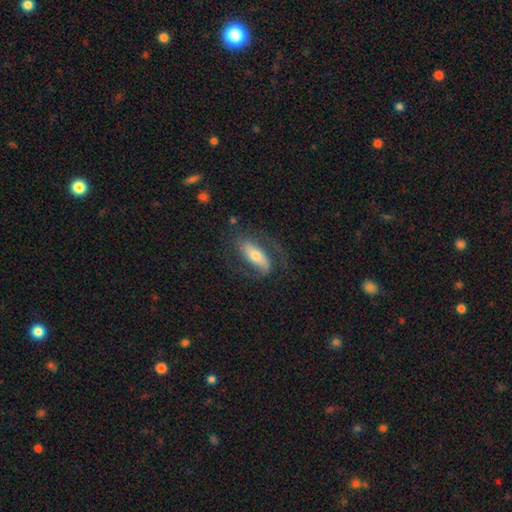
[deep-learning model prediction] featured or disk 63%, smooth 30%, star or artifact 6%. Down the decision tree: edge-on disk — no (83%); bar — strong (49%); spiral arms — yes (82%); bulge size — moderate (54%); merging — none (67%).